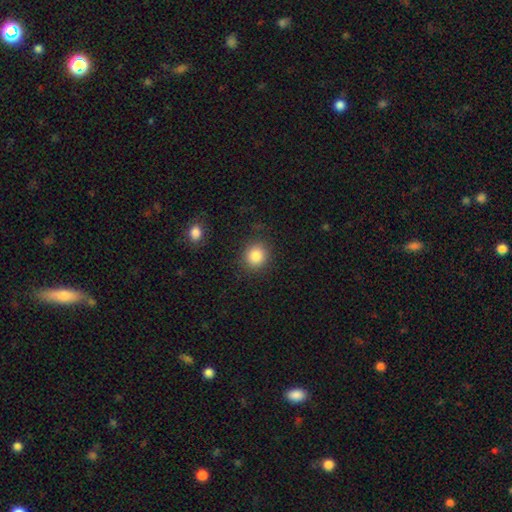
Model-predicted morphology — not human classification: Q: Smooth or featured?
A: smooth (85%); runner-up: star or artifact (10%)
Q: How rounded?
A: round (86%); runner-up: in between (13%)
Q: Merging?
A: none (88%); runner-up: minor disturbance (8%)